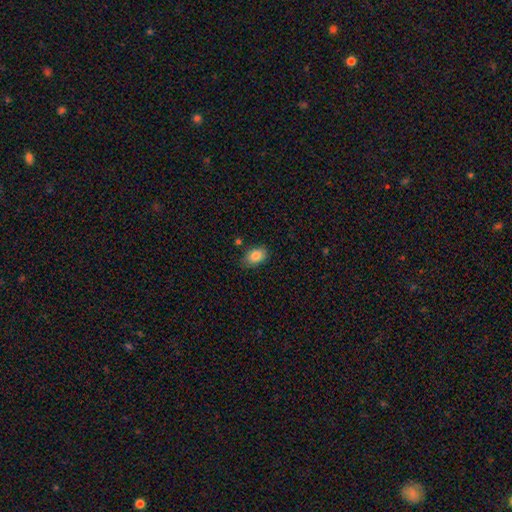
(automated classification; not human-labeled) smooth_or_featured: smooth (p=0.85) [alt: star or artifact p=0.08]
how_rounded: in between (p=0.84) [alt: round p=0.15]
merging: none (p=0.77) [alt: minor disturbance p=0.17]